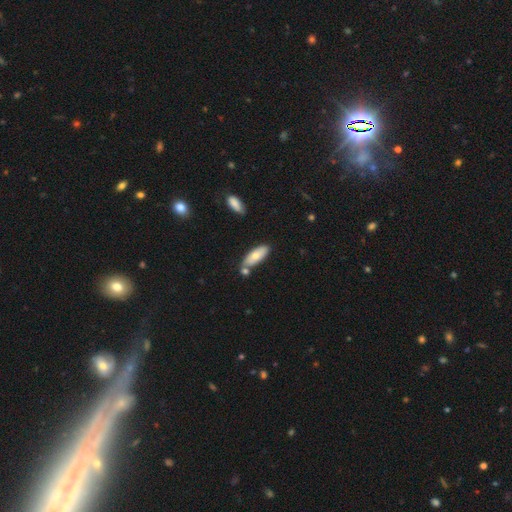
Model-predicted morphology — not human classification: Q: Smooth or featured?
A: smooth (73%); runner-up: featured or disk (21%)
Q: How rounded?
A: in between (73%); runner-up: cigar-shaped (26%)
Q: Merging?
A: none (67%); runner-up: merger (15%)